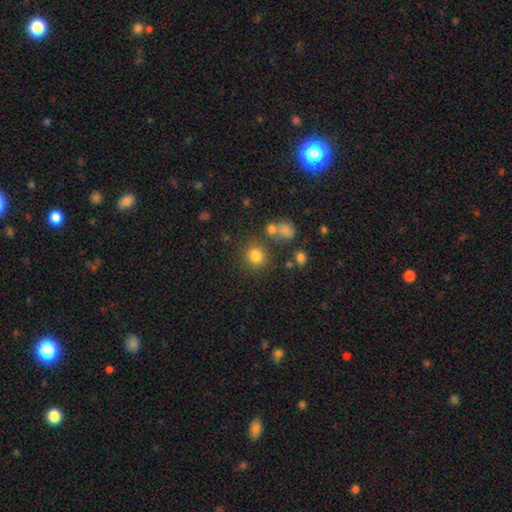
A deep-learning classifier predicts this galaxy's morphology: A smooth galaxy with no disk features (81%) that is round (86%). Merging: none (76%).